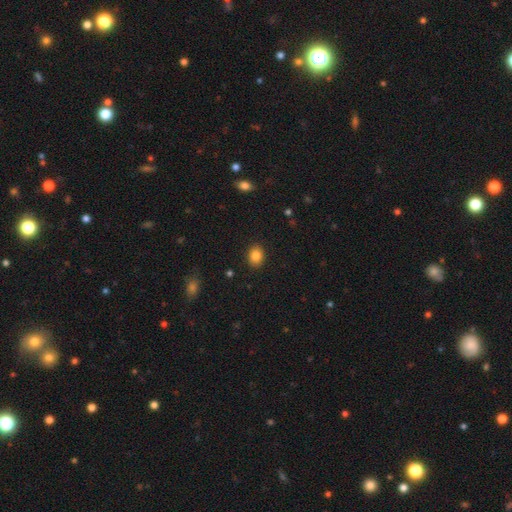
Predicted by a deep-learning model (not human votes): Smooth or featured? smooth (84%)
How rounded? in between (57%)
Merging? none (89%)